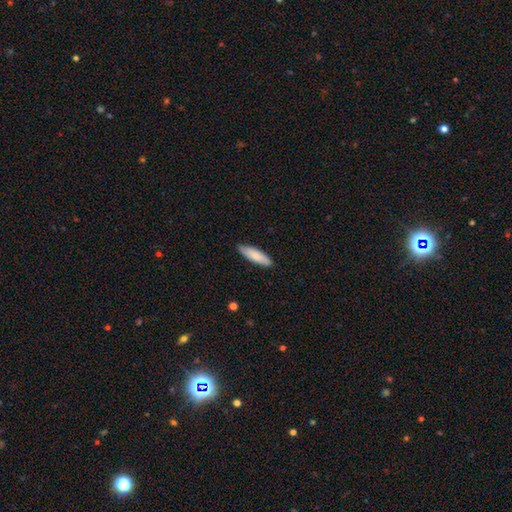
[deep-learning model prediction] smooth-or-featured: smooth: 82% | featured or disk: 13% | star or artifact: 5%
  how-rounded: cigar-shaped: 59% | in between: 39% | round: 1%
  merging: none: 84% | minor disturbance: 13% | major disturbance: 2% | merger: 1%